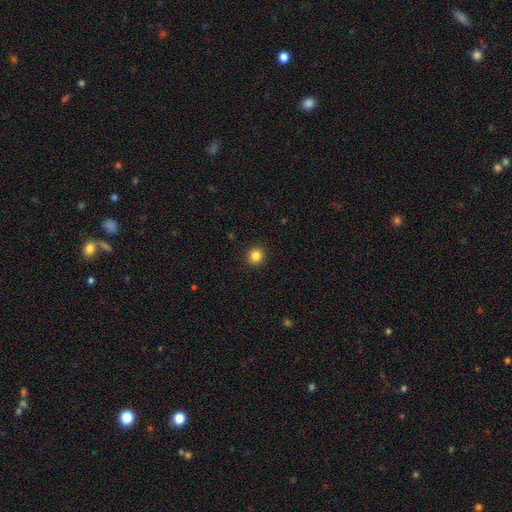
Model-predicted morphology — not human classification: A smooth galaxy with no disk features (84%) that is round (92%). Merging: none (93%).